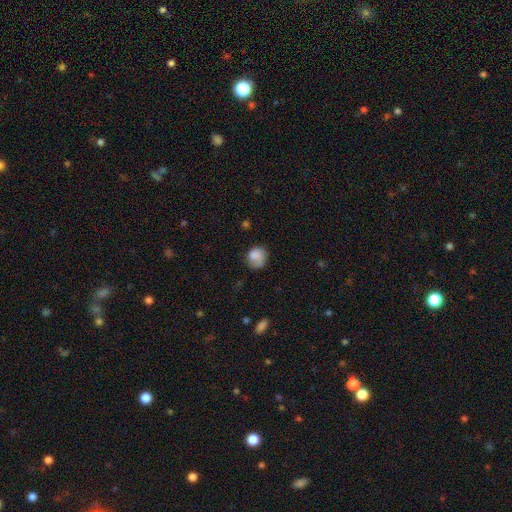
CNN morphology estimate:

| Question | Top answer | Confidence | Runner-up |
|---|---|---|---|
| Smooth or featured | smooth | 82% | featured or disk (10%) |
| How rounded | round | 77% | in between (23%) |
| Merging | none | 60% | minor disturbance (27%) |